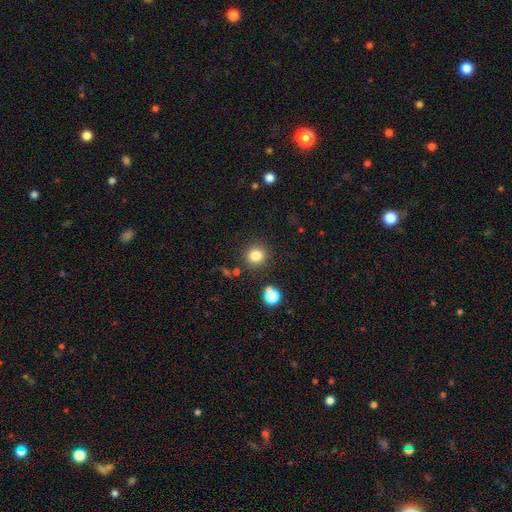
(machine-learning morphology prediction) Q: Smooth or featured?
A: smooth (81%); runner-up: star or artifact (13%)
Q: How rounded?
A: round (88%); runner-up: in between (11%)
Q: Merging?
A: none (87%); runner-up: minor disturbance (7%)